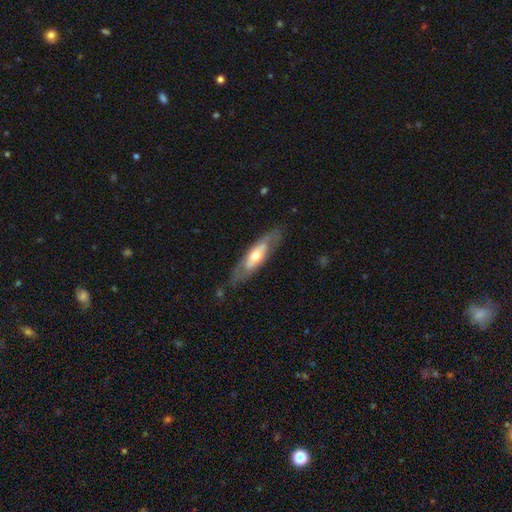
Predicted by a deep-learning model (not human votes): Smooth or featured? featured or disk (56%)
Edge-on disk? no (63%)
Merging? none (77%)